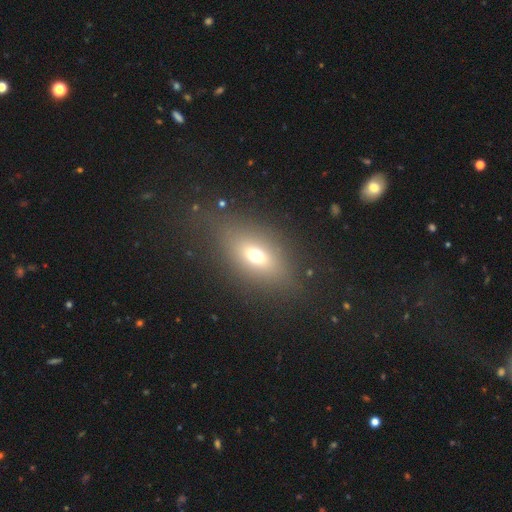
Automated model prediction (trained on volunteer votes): Morphology: type=smooth (64%); roundness=in between (73%); merging=none (71%).